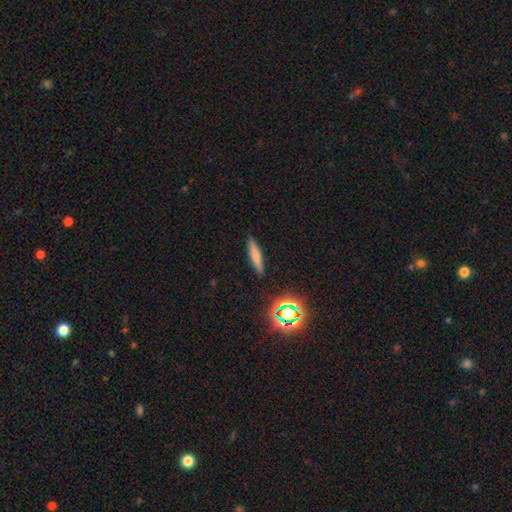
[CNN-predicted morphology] Smooth or featured? Predicted: smooth (p=0.66). How rounded? Predicted: cigar-shaped (p=0.87). Merging? Predicted: none (p=0.88).